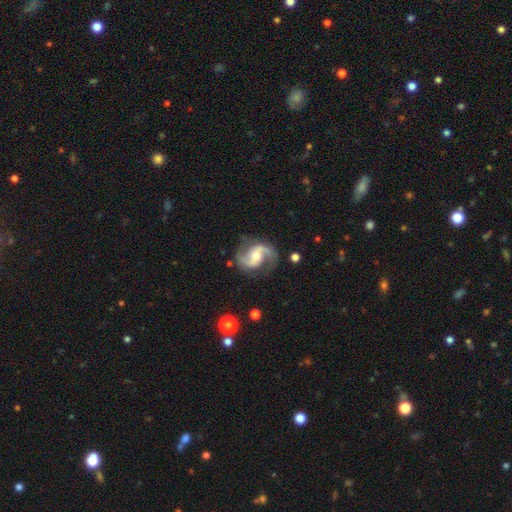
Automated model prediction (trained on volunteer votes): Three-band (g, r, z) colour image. It shows a featured or disk galaxy (90%) with a weak bar (42%), 2 (93%) medium (49%) spiral arms (97%) and a moderate central bulge (61%). Merging: none (78%).